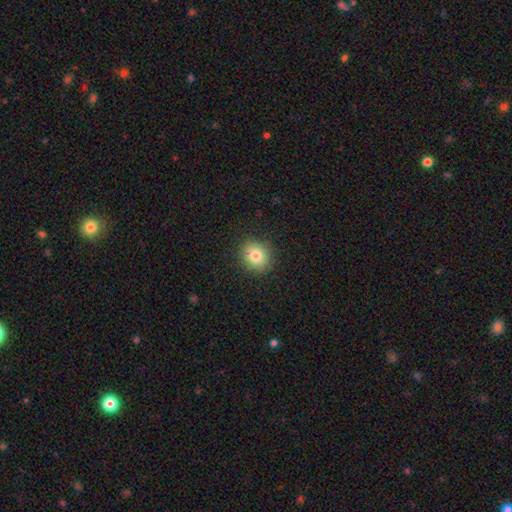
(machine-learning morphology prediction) Q: Smooth or featured?
A: smooth (81%); runner-up: star or artifact (11%)
Q: How rounded?
A: round (78%); runner-up: in between (21%)
Q: Merging?
A: none (89%); runner-up: minor disturbance (8%)